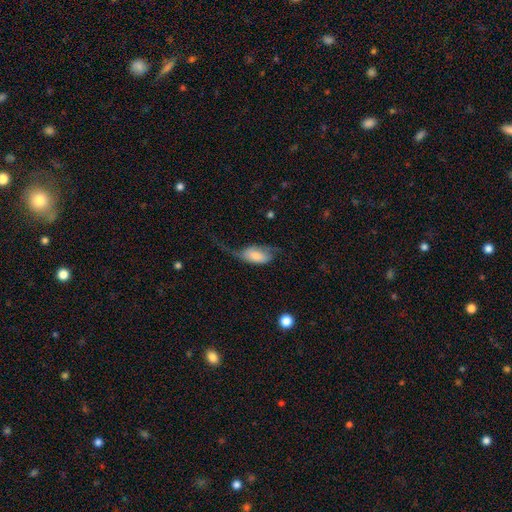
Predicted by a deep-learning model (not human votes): Smooth or featured?
  - smooth: 59% *
  - featured or disk: 35%
  - star or artifact: 7%
How rounded?
  - in between: 93% *
  - round: 4%
  - cigar-shaped: 3%
Merging?
  - major disturbance: 50% *
  - none: 24%
  - minor disturbance: 22%
  - merger: 3%